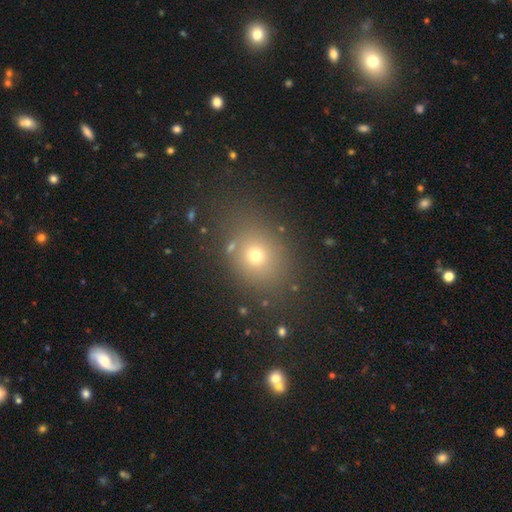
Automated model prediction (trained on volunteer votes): Smooth or featured?
  - smooth: 67% *
  - star or artifact: 21%
  - featured or disk: 12%
How rounded?
  - round: 54% *
  - in between: 44%
  - cigar-shaped: 1%
Merging?
  - none: 79% *
  - minor disturbance: 12%
  - major disturbance: 5%
  - merger: 4%